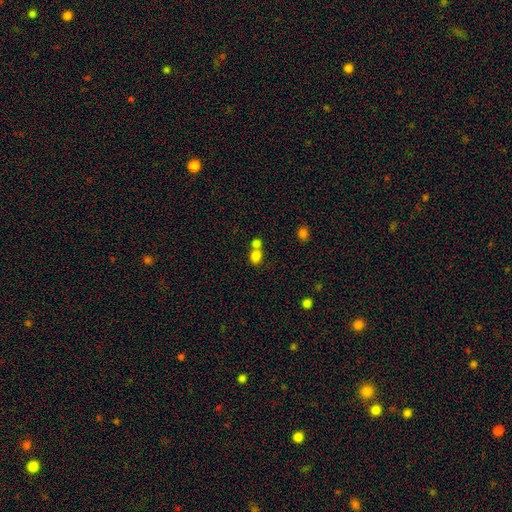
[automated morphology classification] smooth_or_featured: smooth (p=0.82) [alt: star or artifact p=0.11]
how_rounded: round (p=0.56) [alt: in between p=0.43]
merging: merger (p=0.52) [alt: none p=0.37]